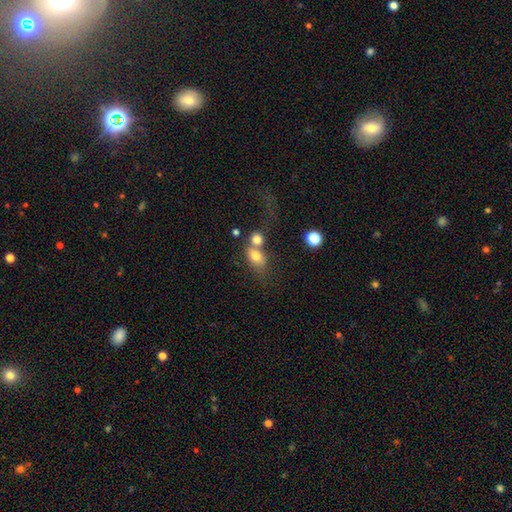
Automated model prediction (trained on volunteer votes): Morphology: type=smooth (75%); roundness=in between (65%); merging=merger (56%).